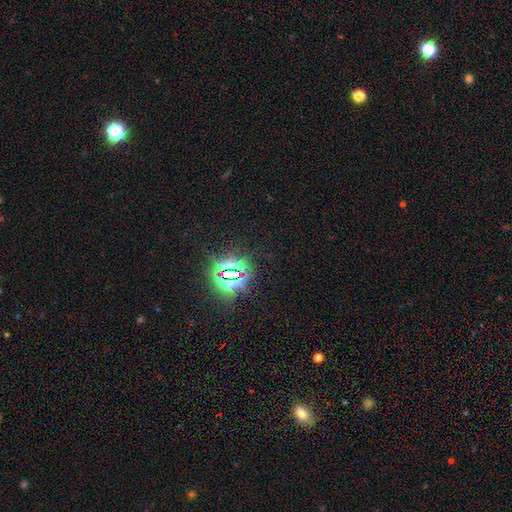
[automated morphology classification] This is clearly a star or artifact rather than a galaxy (84%).